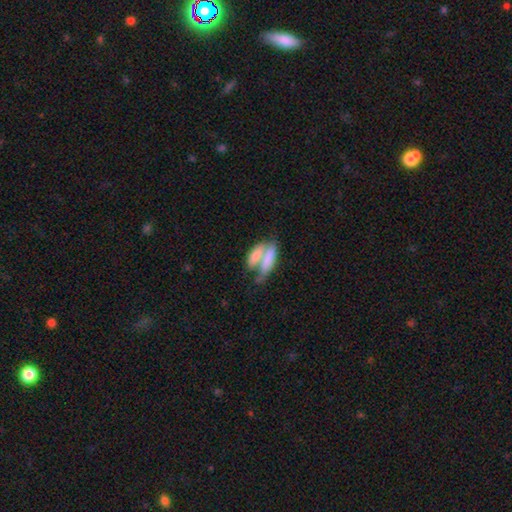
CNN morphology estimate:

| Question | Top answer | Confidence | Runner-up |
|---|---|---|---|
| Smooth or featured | smooth | 73% | featured or disk (21%) |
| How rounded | in between | 68% | cigar-shaped (28%) |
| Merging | merger | 66% | none (20%) |